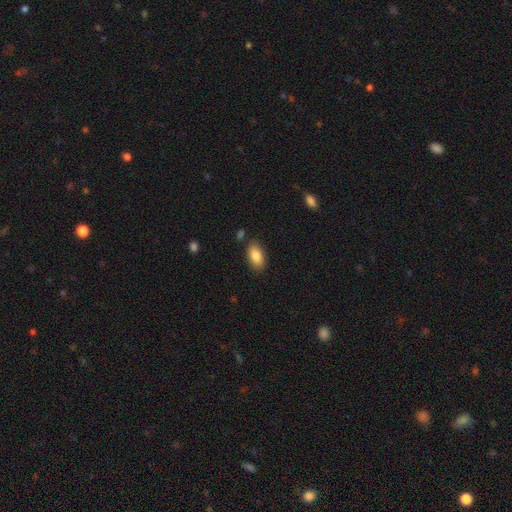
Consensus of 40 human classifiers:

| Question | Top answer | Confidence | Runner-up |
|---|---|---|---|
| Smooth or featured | smooth | 75% | featured or disk (12%) |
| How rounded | in between | 97% | cigar-shaped (3%) |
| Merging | none | 74% | minor disturbance (23%) |